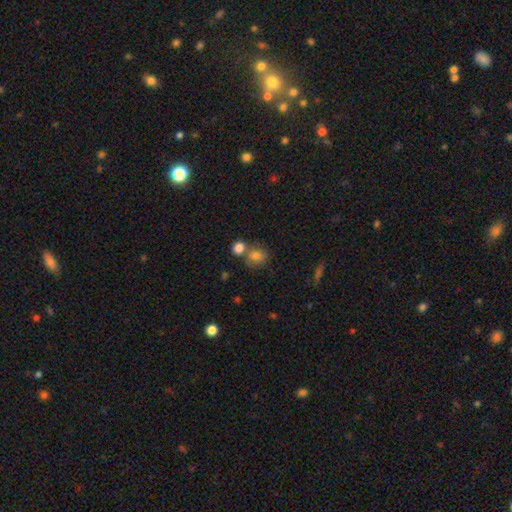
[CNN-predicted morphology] This appears to be a smooth galaxy with no disk features (81%) that is round (75%). Merging: none (53%).